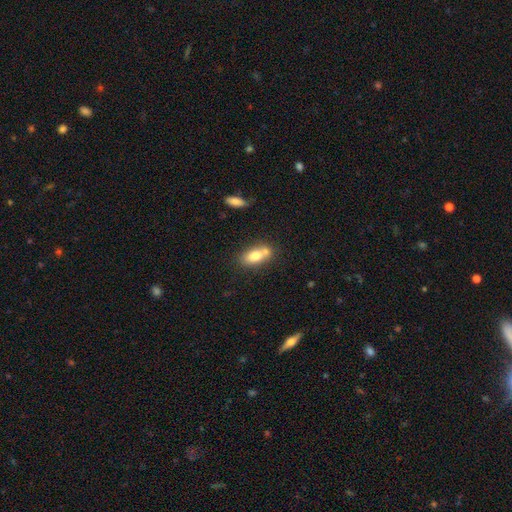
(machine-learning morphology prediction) type=smooth (75%); roundness=in between (83%); merging=none (44%).